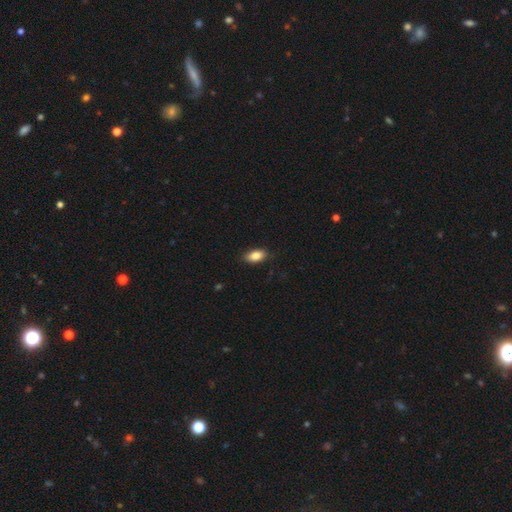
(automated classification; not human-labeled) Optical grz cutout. It shows a smooth galaxy with no disk features (85%) that is in between round and cigar-shaped (91%). Merging: none (86%).